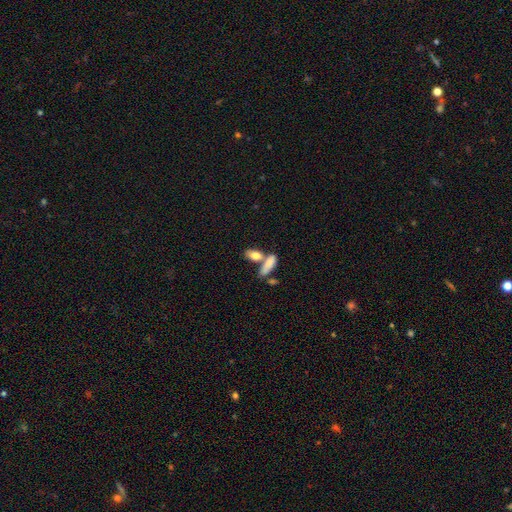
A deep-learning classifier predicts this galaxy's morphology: Smooth or featured? Predicted: smooth (p=0.79). How rounded? Predicted: in between (p=0.83). Merging? Predicted: merger (p=0.48).